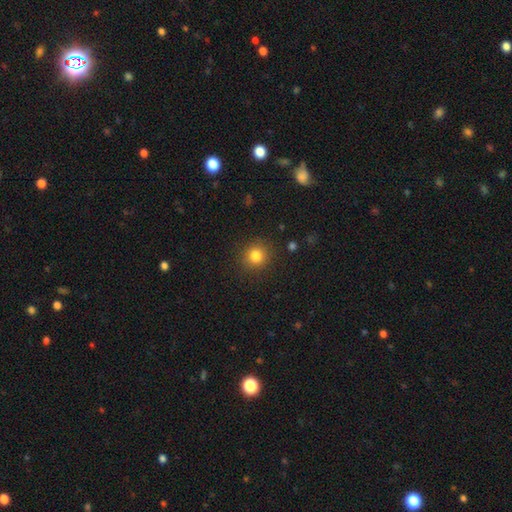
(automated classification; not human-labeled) Smooth or featured?
  - smooth: 82% *
  - star or artifact: 12%
  - featured or disk: 6%
How rounded?
  - round: 91% *
  - in between: 8%
  - cigar-shaped: 1%
Merging?
  - none: 89% *
  - minor disturbance: 7%
  - major disturbance: 3%
  - merger: 1%